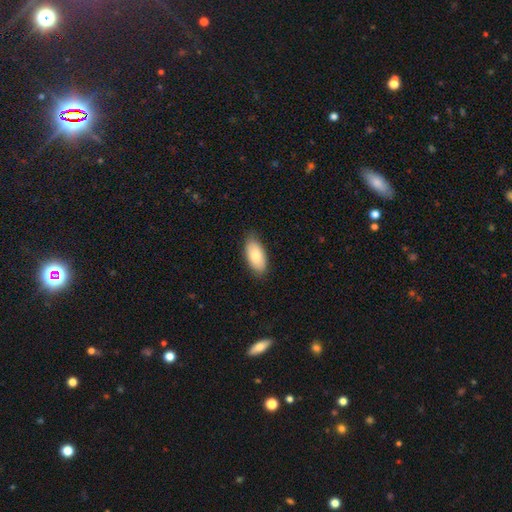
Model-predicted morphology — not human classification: smooth-or-featured: smooth: 83% | featured or disk: 11% | star or artifact: 6%
  how-rounded: in between: 93% | cigar-shaped: 5% | round: 2%
  merging: none: 83% | minor disturbance: 14% | major disturbance: 2% | merger: 1%